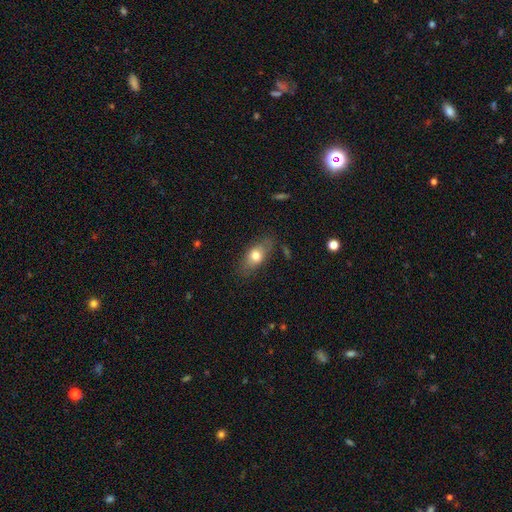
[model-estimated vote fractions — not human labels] Smooth or featured: smooth — 73% (featured or disk — 20%)
How rounded: in between — 80% (round — 11%)
Merging: none — 75% (minor disturbance — 17%)